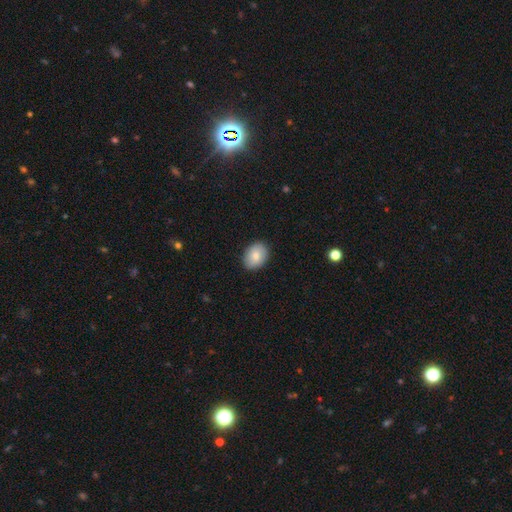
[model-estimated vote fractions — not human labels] Smooth or featured: smooth — 82% (featured or disk — 11%)
How rounded: in between — 70% (round — 29%)
Merging: none — 88% (minor disturbance — 9%)